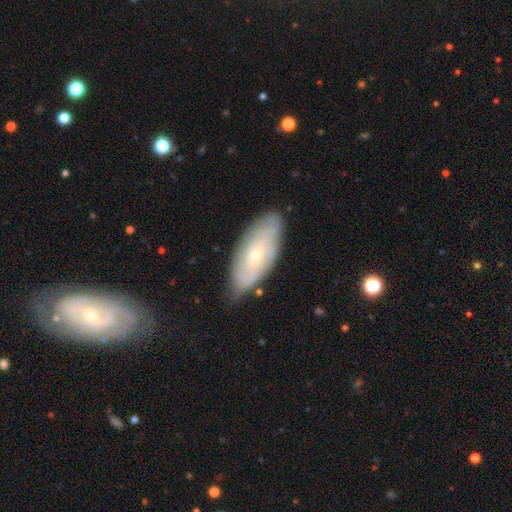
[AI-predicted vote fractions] The model was most divided on "smooth or featured": featured or disk: 47%, smooth: 46%, star or artifact: 7%. More confident: merging — none (74%).